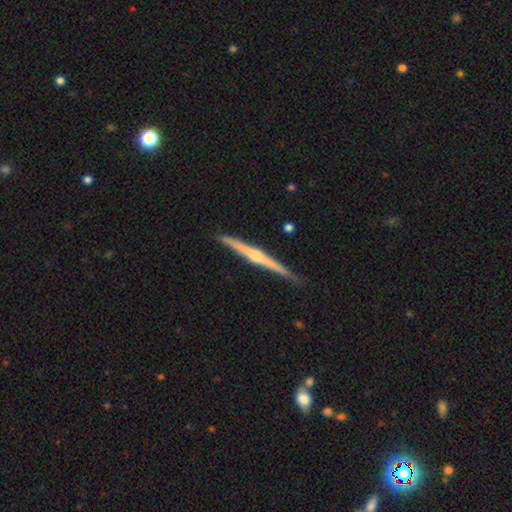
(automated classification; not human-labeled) This is likely a featured or disk galaxy (77%). It is clearly viewed edge-on (98%). Edge-on bulge: likely rounded (80%). Merging: clearly none (89%).